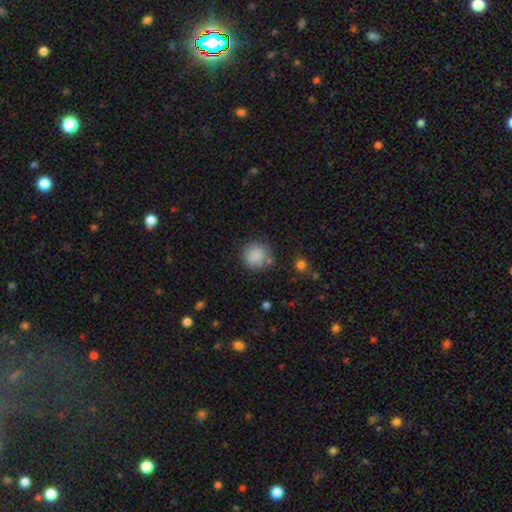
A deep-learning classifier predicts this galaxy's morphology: This appears to be a smooth galaxy with no disk features (86%) that is round (90%). Merging: none (77%).